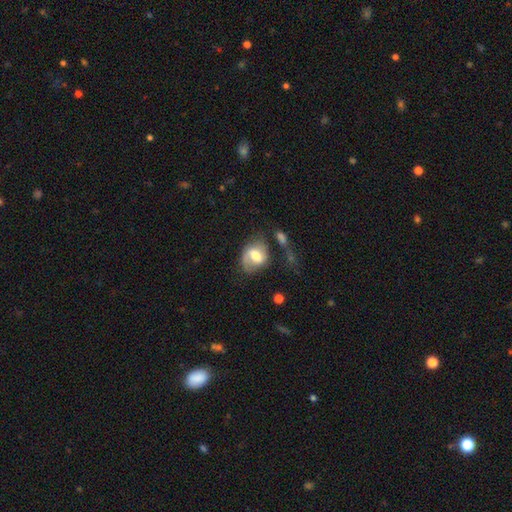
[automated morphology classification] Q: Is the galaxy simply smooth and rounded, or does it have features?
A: featured or disk — 50%.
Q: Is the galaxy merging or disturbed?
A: none — 48%.